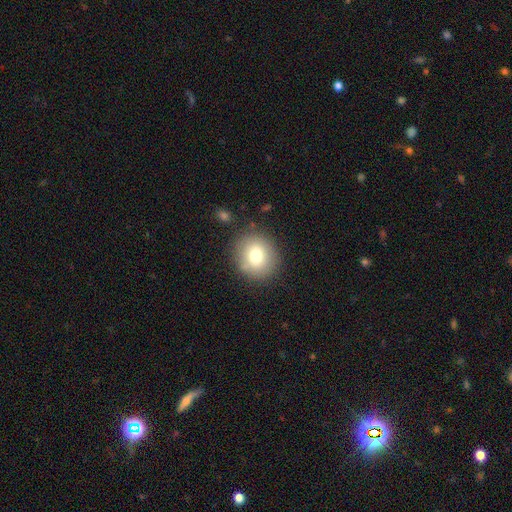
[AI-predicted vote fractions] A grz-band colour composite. It shows a smooth galaxy with no disk features (75%) that is round (79%). Merging: none (83%).